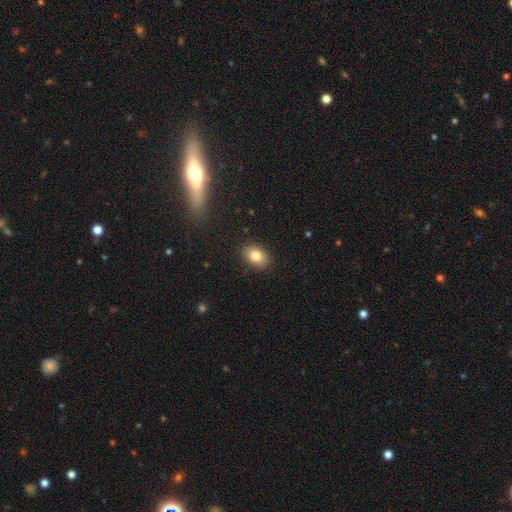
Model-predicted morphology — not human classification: Q: Smooth or featured?
A: smooth (83%); runner-up: star or artifact (9%)
Q: How rounded?
A: in between (84%); runner-up: round (15%)
Q: Merging?
A: none (87%); runner-up: minor disturbance (10%)